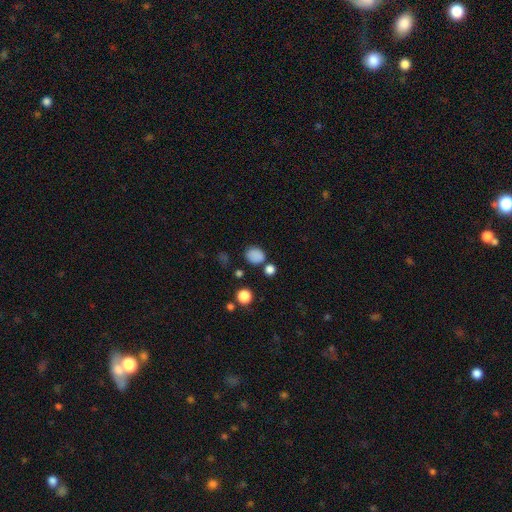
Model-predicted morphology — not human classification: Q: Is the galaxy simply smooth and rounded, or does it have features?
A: smooth — 82%.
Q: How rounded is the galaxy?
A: round — 62%.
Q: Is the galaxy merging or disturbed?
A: none — 73%.